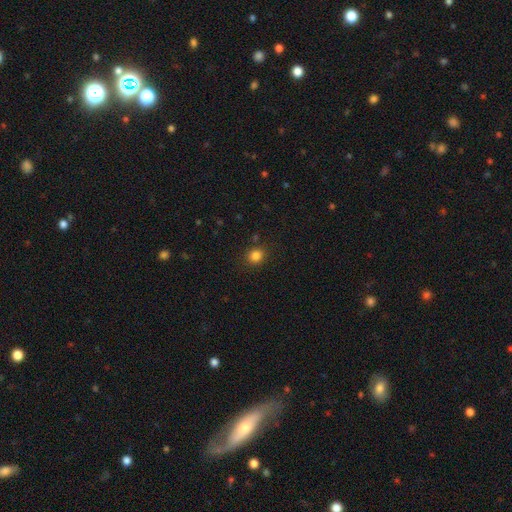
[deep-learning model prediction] smooth 83%, star or artifact 13%, featured or disk 4%. Down the decision tree: how rounded — round (81%); merging — none (87%).